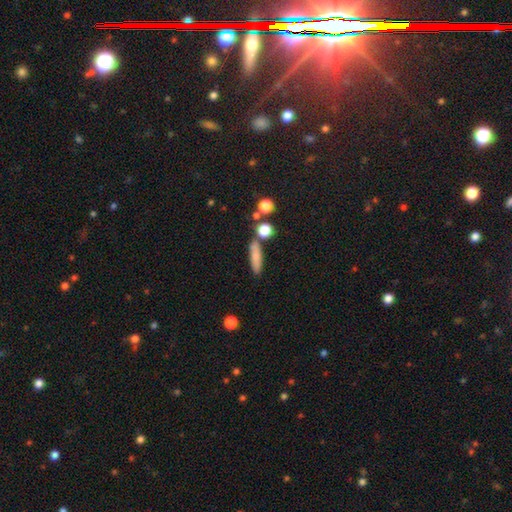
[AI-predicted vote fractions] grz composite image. It shows a smooth galaxy with no disk features (79%) that is cigar-shaped (71%). Merging: none (75%).